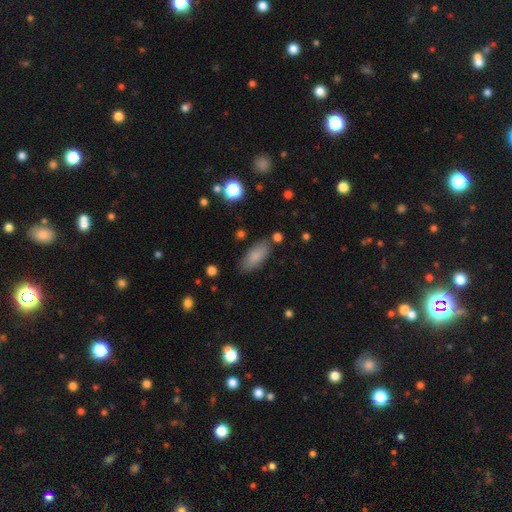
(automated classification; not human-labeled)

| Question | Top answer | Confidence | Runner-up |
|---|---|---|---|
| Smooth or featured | smooth | 84% | featured or disk (8%) |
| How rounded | in between | 82% | cigar-shaped (15%) |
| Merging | none | 80% | minor disturbance (13%) |